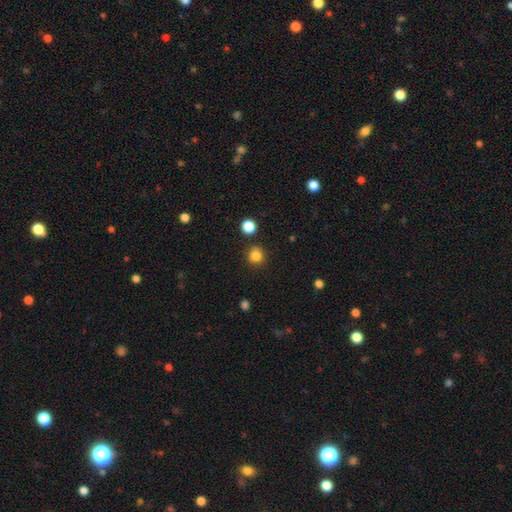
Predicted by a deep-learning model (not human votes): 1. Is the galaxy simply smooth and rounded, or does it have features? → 84% smooth, 12% star or artifact, 4% featured or disk.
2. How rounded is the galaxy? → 90% round, 9% in between, 1% cigar-shaped.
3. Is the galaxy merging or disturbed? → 86% none, 8% minor disturbance, 3% merger, 3% major disturbance.